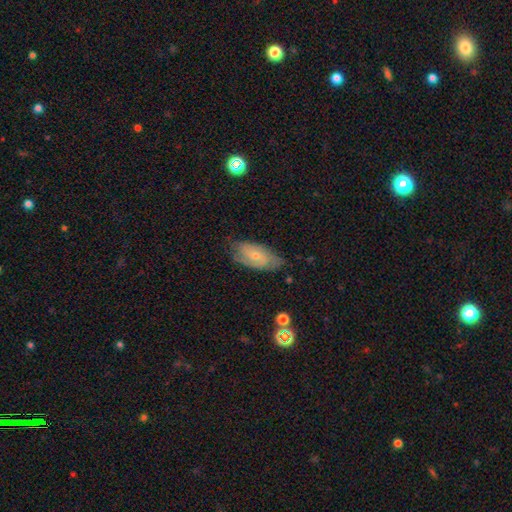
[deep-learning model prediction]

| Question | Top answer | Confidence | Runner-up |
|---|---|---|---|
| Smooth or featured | featured or disk | 56% | smooth (36%) |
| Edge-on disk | no | 90% | yes (10%) |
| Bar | no | 67% | weak (28%) |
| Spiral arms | yes | 82% | no (18%) |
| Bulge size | small | 64% | moderate (31%) |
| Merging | none | 67% | minor disturbance (26%) |